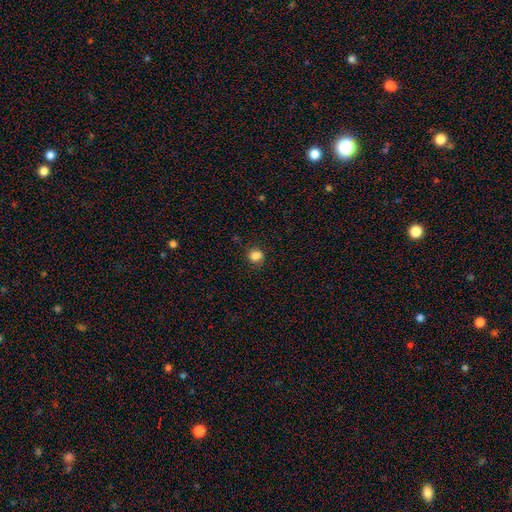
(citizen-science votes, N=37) Morphology: type=smooth (95%); roundness=round (80%); merging=none (86%).